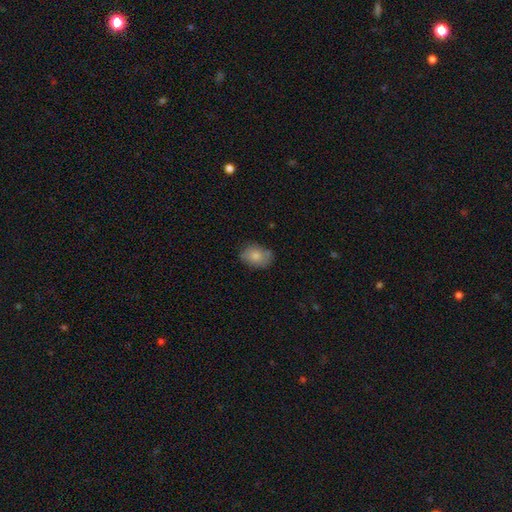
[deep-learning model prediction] Q: Smooth or featured?
A: smooth (80%); runner-up: featured or disk (12%)
Q: How rounded?
A: in between (74%); runner-up: round (25%)
Q: Merging?
A: none (72%); runner-up: minor disturbance (21%)